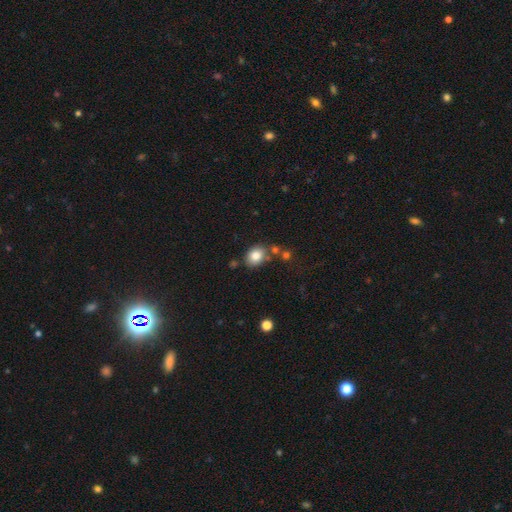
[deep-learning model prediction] The model was most divided on "how rounded": in between: 56%, round: 43%, cigar-shaped: 1%. More confident: smooth or featured — smooth (82%); merging — none (71%).